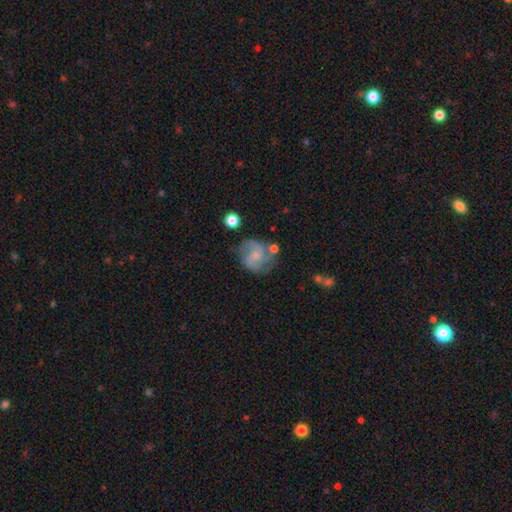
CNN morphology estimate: The model was most divided on "bar": no: 55%, weak: 39%, strong: 6%. More confident: edge-on disk — no (98%); spiral arms — yes (91%); smooth or featured — featured or disk (70%); spiral arm count — 2 (67%); merging — none (59%); bulge size — small (51%); spiral winding — medium (51%).